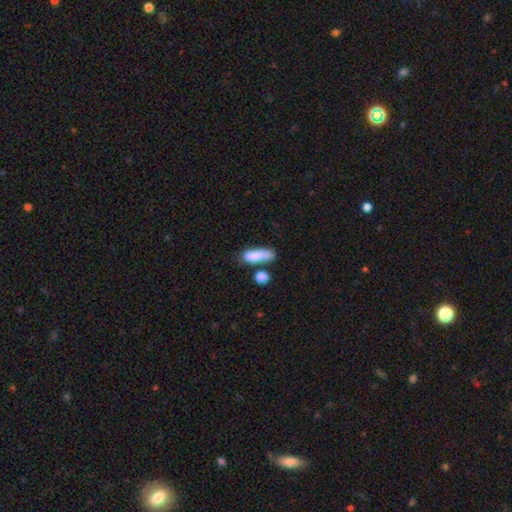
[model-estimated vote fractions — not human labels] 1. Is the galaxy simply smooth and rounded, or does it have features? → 77% smooth, 14% featured or disk, 8% star or artifact.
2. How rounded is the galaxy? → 59% in between, 37% cigar-shaped, 5% round.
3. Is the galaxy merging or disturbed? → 38% none, 32% merger, 19% minor disturbance, 11% major disturbance.